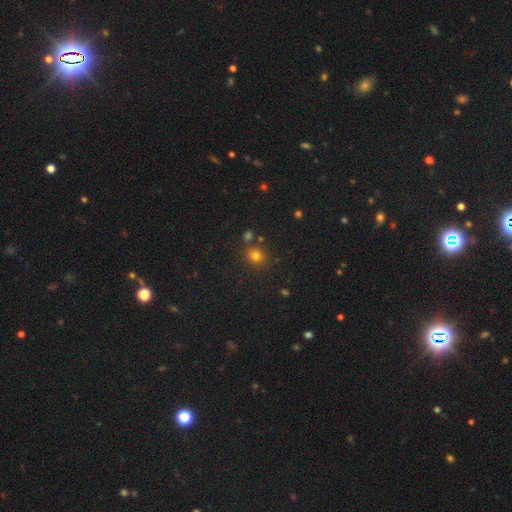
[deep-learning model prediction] Smooth or featured? Predicted: smooth (p=0.74). How rounded? Predicted: round (p=0.81). Merging? Predicted: none (p=0.78).